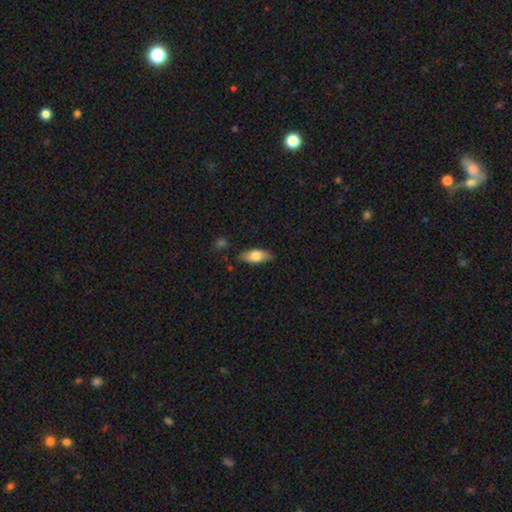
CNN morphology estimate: smooth_or_featured: smooth (p=0.72) [alt: featured or disk p=0.22]
how_rounded: in between (p=0.84) [alt: cigar-shaped p=0.13]
merging: none (p=0.81) [alt: minor disturbance p=0.15]